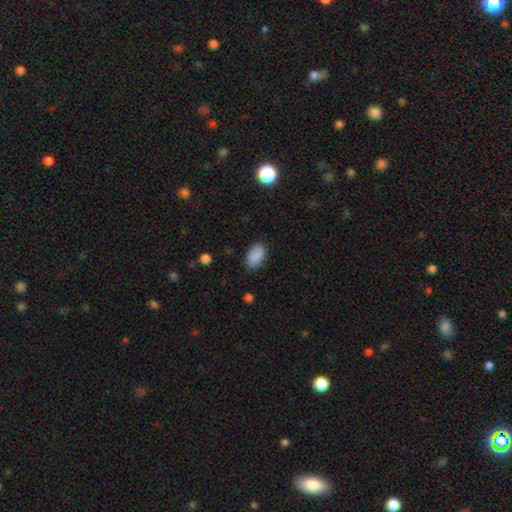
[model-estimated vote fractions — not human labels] Overall: smooth (88%). How rounded: in between (91%). Merging: none (82%).